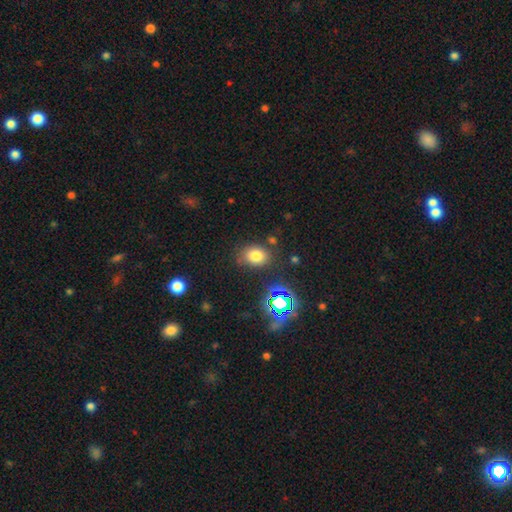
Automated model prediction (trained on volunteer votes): A smooth galaxy with no disk features (75%) that is in between round and cigar-shaped (62%).

Vote fractions:
- Smooth or featured? smooth: 75% / star or artifact: 17% / featured or disk: 8%
- How rounded? in between: 62% / round: 37% / cigar-shaped: 1%
- Merging? none: 78% / minor disturbance: 13% / merger: 5% / major disturbance: 4%